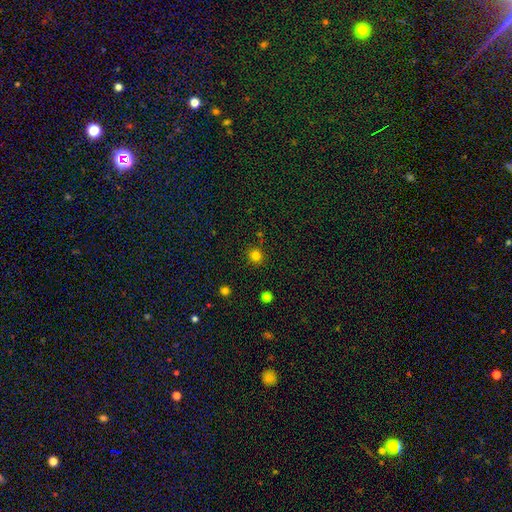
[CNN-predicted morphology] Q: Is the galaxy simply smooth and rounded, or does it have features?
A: smooth — 80%.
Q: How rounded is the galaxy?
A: round — 91%.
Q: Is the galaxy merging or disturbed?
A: none — 88%.